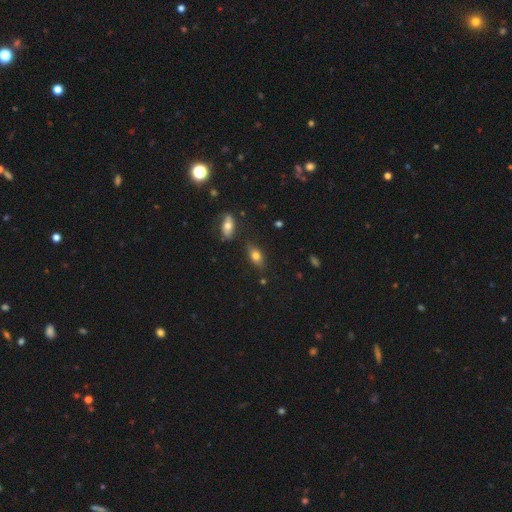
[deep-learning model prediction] Smooth or featured: smooth — 72% (featured or disk — 18%)
How rounded: in between — 82% (cigar-shaped — 12%)
Merging: none — 77% (minor disturbance — 14%)